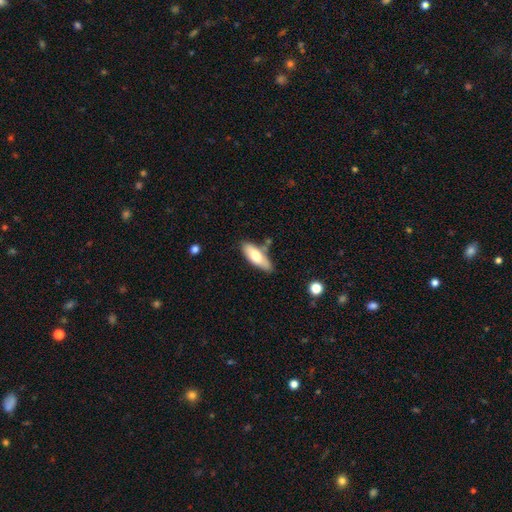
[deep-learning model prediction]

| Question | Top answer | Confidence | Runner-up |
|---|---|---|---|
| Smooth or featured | smooth | 71% | featured or disk (23%) |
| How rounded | in between | 65% | cigar-shaped (33%) |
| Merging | none | 62% | minor disturbance (24%) |